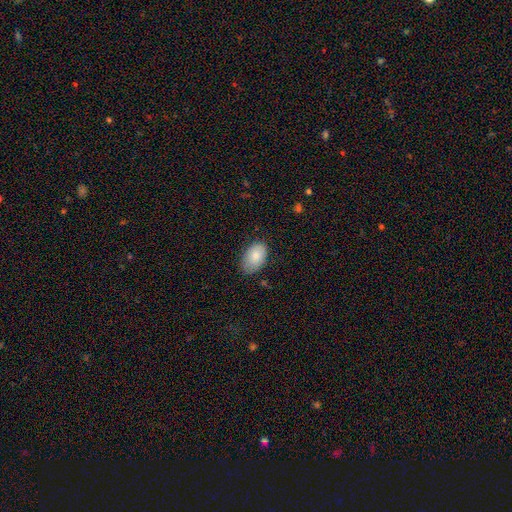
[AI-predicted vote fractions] The model was most divided on "merging": none: 76%, minor disturbance: 19%, major disturbance: 3%, merger: 1%. More confident: how rounded — in between (93%); smooth or featured — smooth (85%).